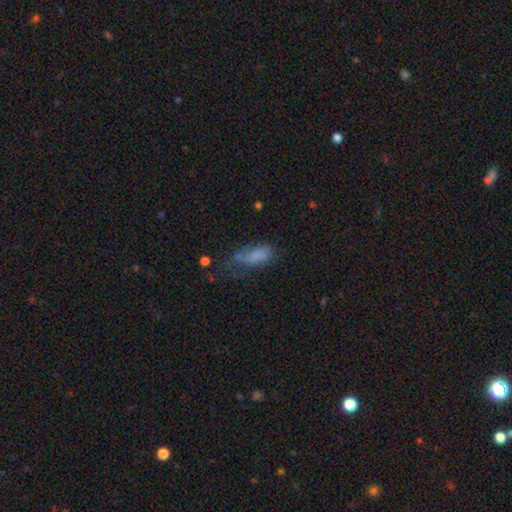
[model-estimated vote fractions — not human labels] A smooth galaxy with no disk features (72%) that is in between round and cigar-shaped (81%). Merging: major disturbance (33%).